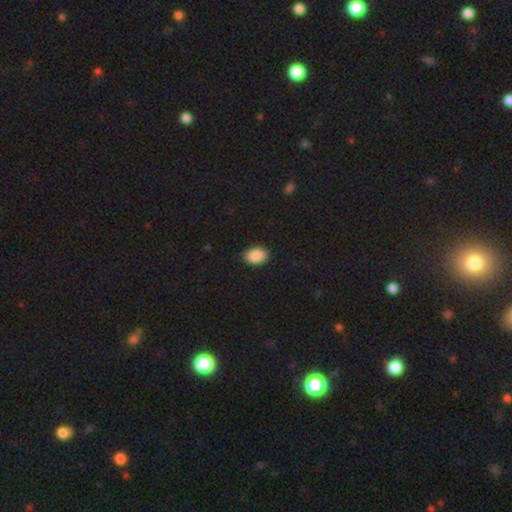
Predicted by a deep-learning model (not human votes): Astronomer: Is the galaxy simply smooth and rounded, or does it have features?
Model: smooth — 89%.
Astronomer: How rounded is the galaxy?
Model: in between — 81%.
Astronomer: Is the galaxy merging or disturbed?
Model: none — 84%.